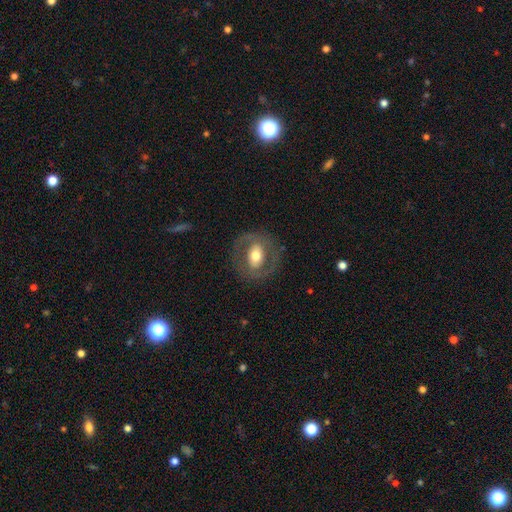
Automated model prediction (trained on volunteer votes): The model was most divided on "smooth or featured": featured or disk: 51%, smooth: 43%, star or artifact: 6%. More confident: edge-on disk — no (93%); merging — none (80%).